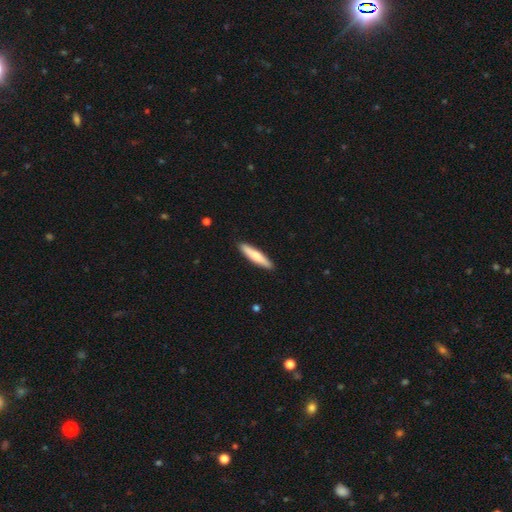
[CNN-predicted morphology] A smooth galaxy with no disk features (67%) that is cigar-shaped (87%). Merging: none (91%).